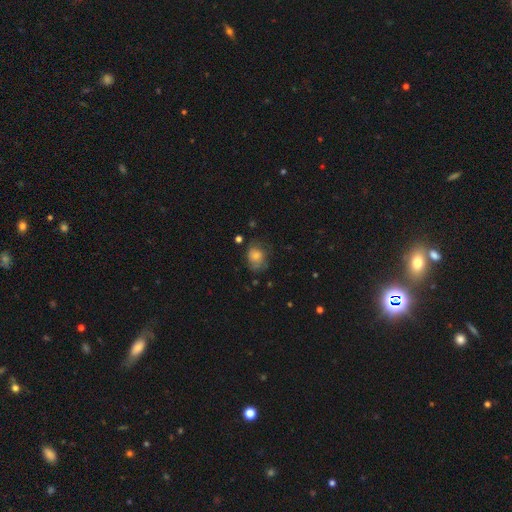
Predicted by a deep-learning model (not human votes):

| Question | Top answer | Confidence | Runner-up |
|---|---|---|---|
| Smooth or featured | smooth | 68% | featured or disk (22%) |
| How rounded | in between | 52% | round (47%) |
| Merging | none | 55% | minor disturbance (28%) |